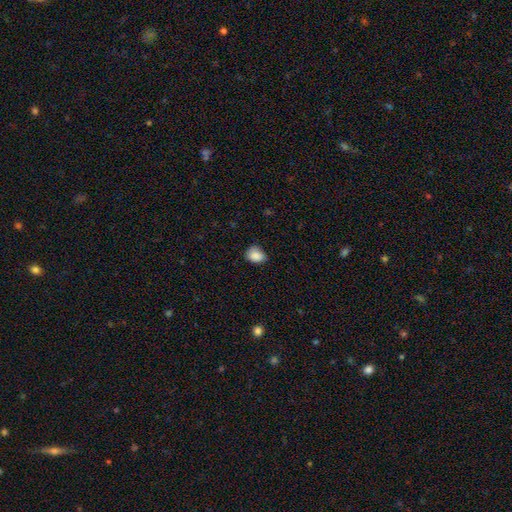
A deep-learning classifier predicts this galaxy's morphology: Smooth or featured? smooth (87%)
How rounded? in between (58%)
Merging? none (58%)